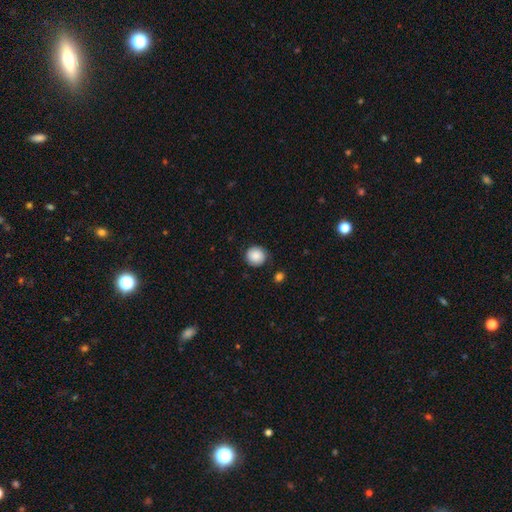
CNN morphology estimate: smooth_or_featured: smooth (p=0.84) [alt: featured or disk p=0.08]
how_rounded: round (p=0.93) [alt: in between p=0.06]
merging: none (p=0.82) [alt: minor disturbance p=0.13]